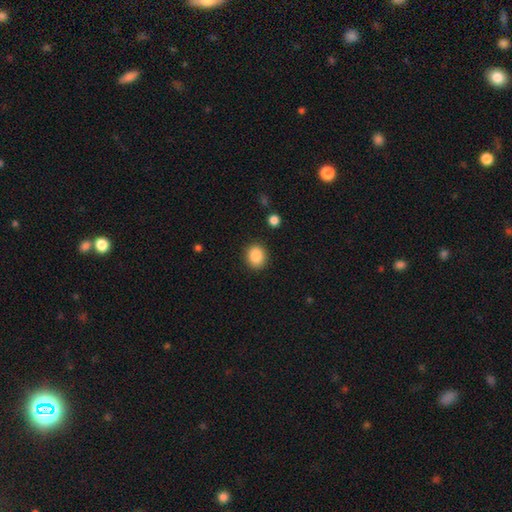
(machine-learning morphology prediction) This is clearly a smooth galaxy (88%). How rounded: likely round (69%). Merging: clearly none (89%).